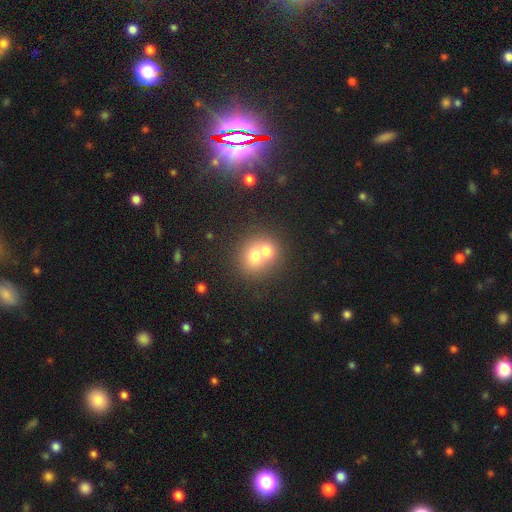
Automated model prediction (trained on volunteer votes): Smooth or featured? Predicted: smooth (p=0.64). How rounded? Predicted: round (p=0.76). Merging? Predicted: merger (p=0.65).